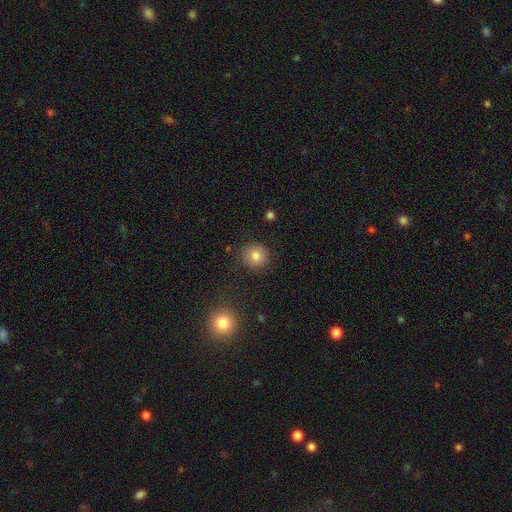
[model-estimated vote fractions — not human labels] Smooth or featured?
  - smooth: 82% *
  - star or artifact: 11%
  - featured or disk: 7%
How rounded?
  - round: 91% *
  - in between: 8%
  - cigar-shaped: 1%
Merging?
  - none: 88% *
  - minor disturbance: 8%
  - major disturbance: 3%
  - merger: 2%